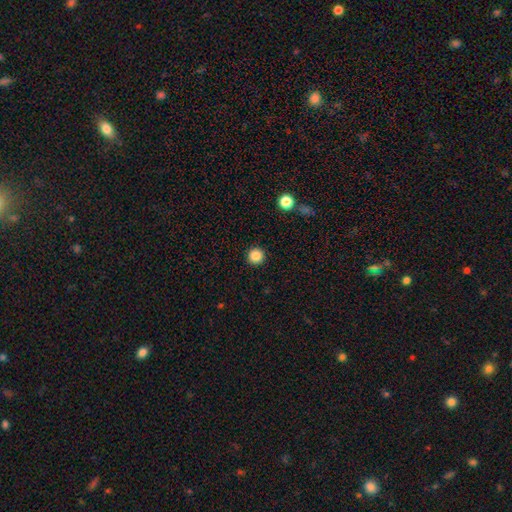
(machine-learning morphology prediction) This is clearly a smooth galaxy (86%). How rounded: clearly round (96%). Merging: clearly none (93%).